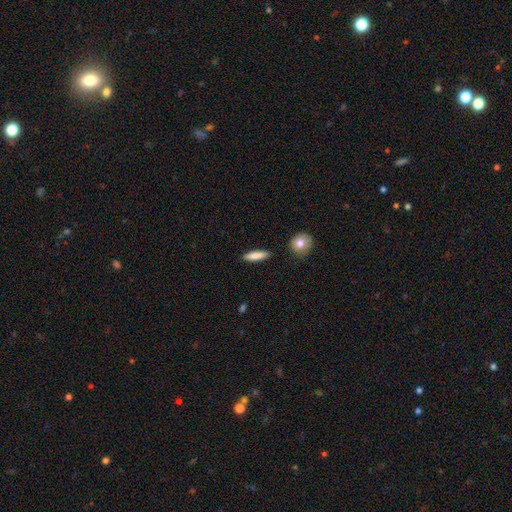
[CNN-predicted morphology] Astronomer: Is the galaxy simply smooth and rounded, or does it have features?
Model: smooth — 83%.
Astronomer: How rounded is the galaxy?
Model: cigar-shaped — 75%.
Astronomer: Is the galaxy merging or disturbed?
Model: none — 88%.